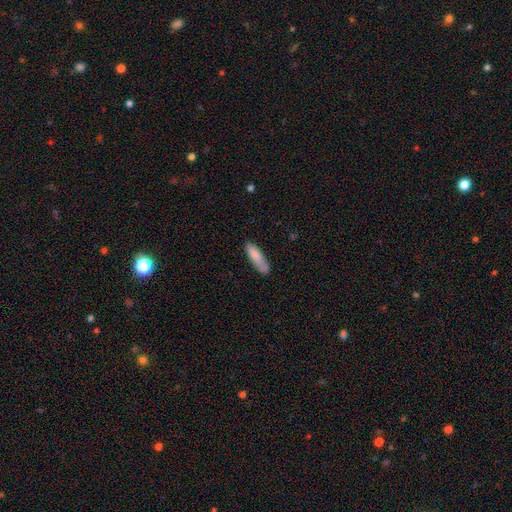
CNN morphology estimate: This is clearly a smooth galaxy (84%). How rounded: likely cigar-shaped (60%). Merging: likely none (70%).